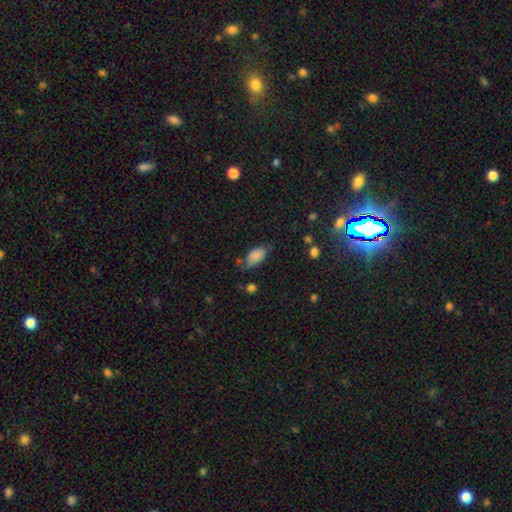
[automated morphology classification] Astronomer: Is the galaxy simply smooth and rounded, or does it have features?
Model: smooth — 83%.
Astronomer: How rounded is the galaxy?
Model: in between — 93%.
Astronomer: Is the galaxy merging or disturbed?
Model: none — 52% (runner-up: minor disturbance, 34%).